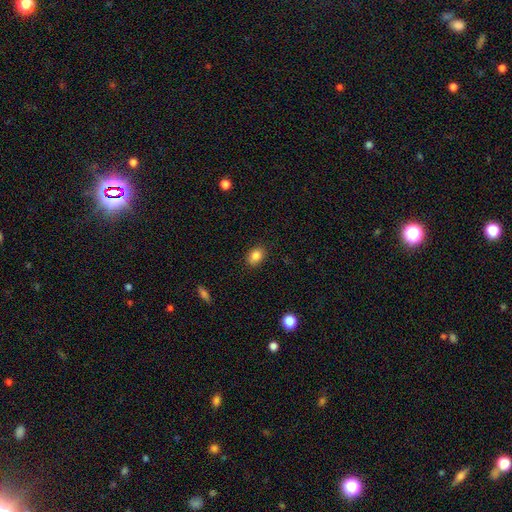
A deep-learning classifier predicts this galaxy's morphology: Q: Smooth or featured?
A: smooth (84%); runner-up: star or artifact (10%)
Q: How rounded?
A: in between (67%); runner-up: round (32%)
Q: Merging?
A: none (86%); runner-up: minor disturbance (11%)